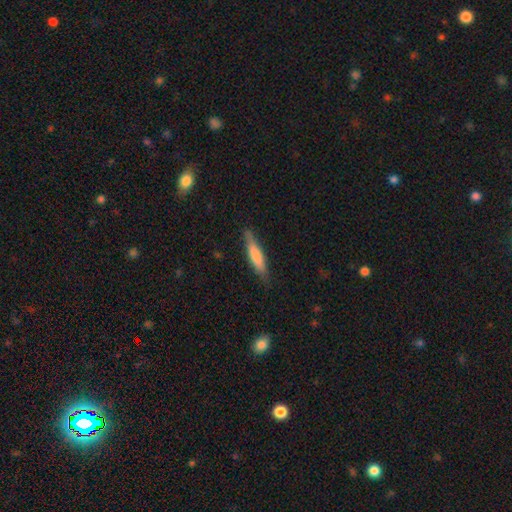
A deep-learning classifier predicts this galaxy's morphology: type=smooth (69%); roundness=cigar-shaped (82%); merging=none (78%).